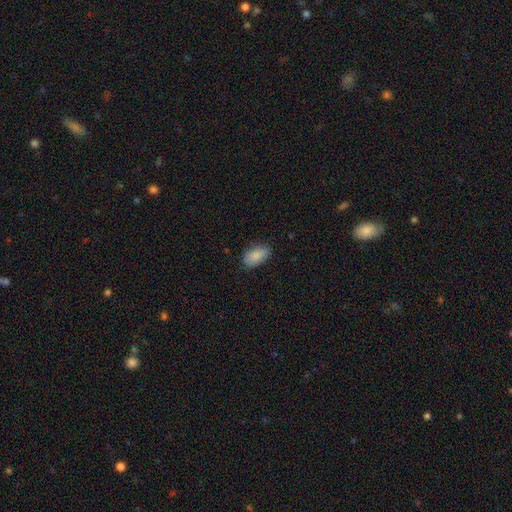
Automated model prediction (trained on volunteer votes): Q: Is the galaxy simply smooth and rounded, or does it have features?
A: smooth — 86%.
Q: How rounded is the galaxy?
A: in between — 92%.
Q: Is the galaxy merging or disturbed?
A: none — 77%.